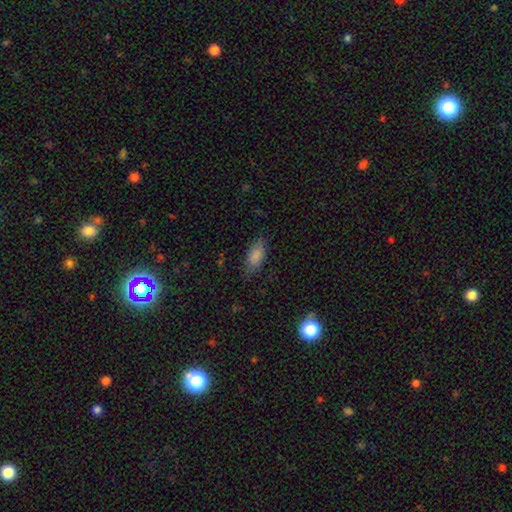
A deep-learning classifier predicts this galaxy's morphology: This appears to be a smooth galaxy with no disk features (83%) that is in between round and cigar-shaped (88%). Merging: none (70%).